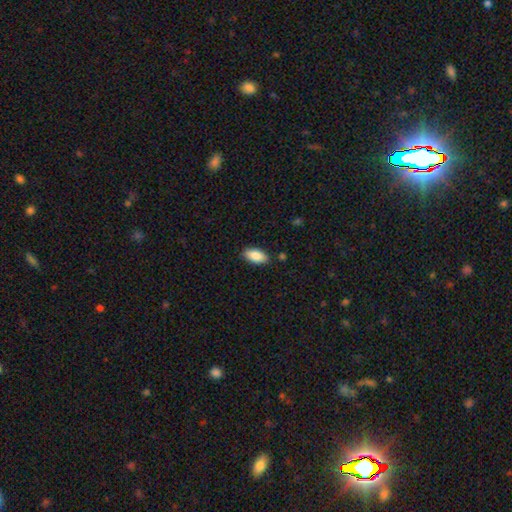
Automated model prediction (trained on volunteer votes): This is clearly a smooth galaxy (88%). How rounded: clearly in between (91%). Merging: clearly none (86%).